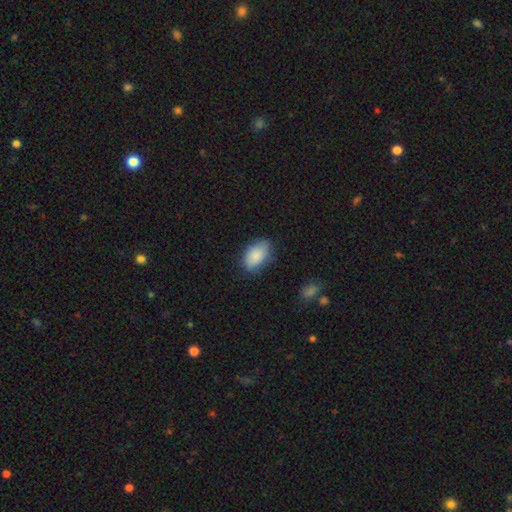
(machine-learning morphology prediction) Smooth or featured? Predicted: smooth (p=0.85). How rounded? Predicted: in between (p=0.92). Merging? Predicted: none (p=0.73).